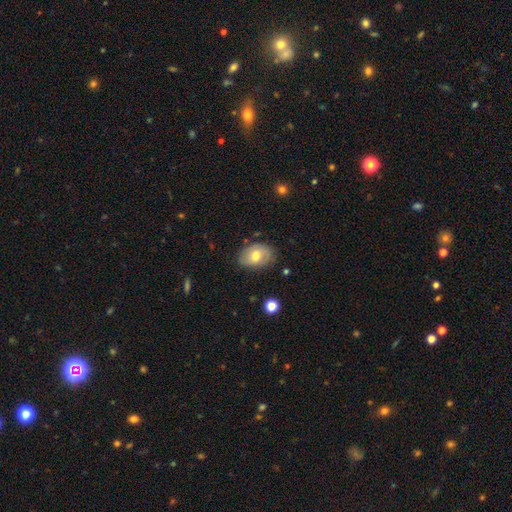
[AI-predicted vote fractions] Smooth or featured? smooth (64%)
How rounded? in between (79%)
Merging? none (76%)